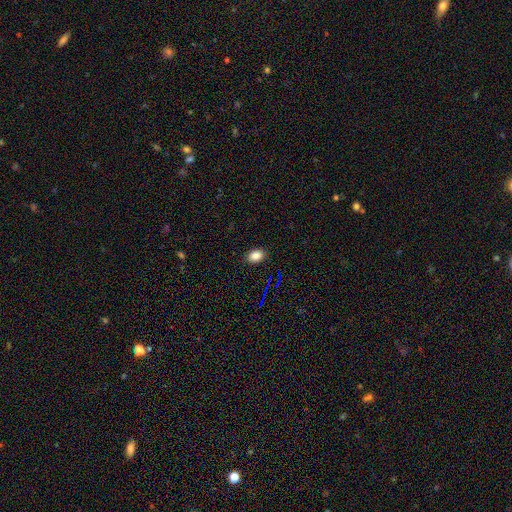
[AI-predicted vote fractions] smooth_or_featured: smooth (p=0.83) [alt: star or artifact p=0.12]
how_rounded: in between (p=0.80) [alt: round p=0.19]
merging: none (p=0.88) [alt: minor disturbance p=0.08]